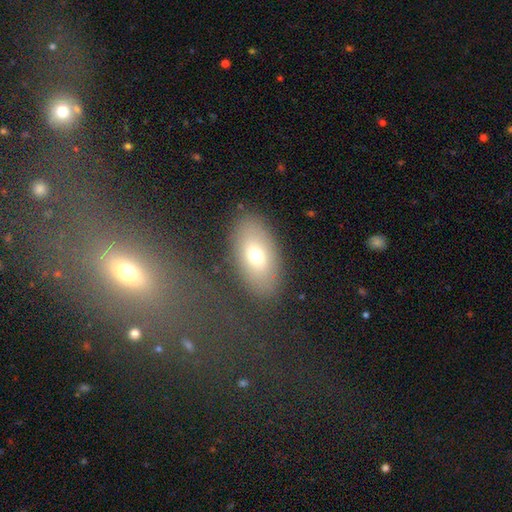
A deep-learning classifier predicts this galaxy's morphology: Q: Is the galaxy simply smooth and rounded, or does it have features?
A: smooth — 67%.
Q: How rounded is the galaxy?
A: in between — 90%.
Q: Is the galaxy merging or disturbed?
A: none — 82%.